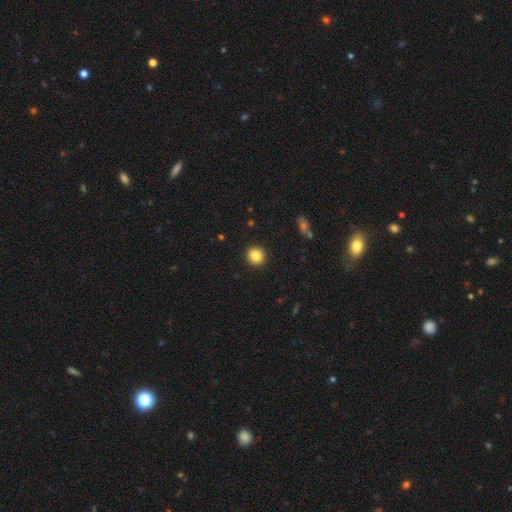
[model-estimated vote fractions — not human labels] Smooth or featured?
  - smooth: 86% *
  - star or artifact: 10%
  - featured or disk: 4%
How rounded?
  - round: 92% *
  - in between: 7%
  - cigar-shaped: 1%
Merging?
  - none: 92% *
  - minor disturbance: 5%
  - major disturbance: 2%
  - merger: 1%